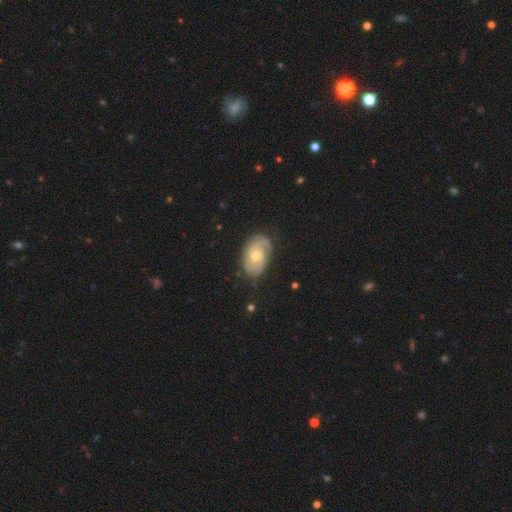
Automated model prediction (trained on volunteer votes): featured or disk 75%, smooth 19%, star or artifact 6%. Down the decision tree: edge-on disk — no (96%); bar — no (79%); spiral arms — yes (87%); spiral arm count — 2 (45%); spiral winding — tight (64%); bulge size — moderate (63%); merging — none (72%).